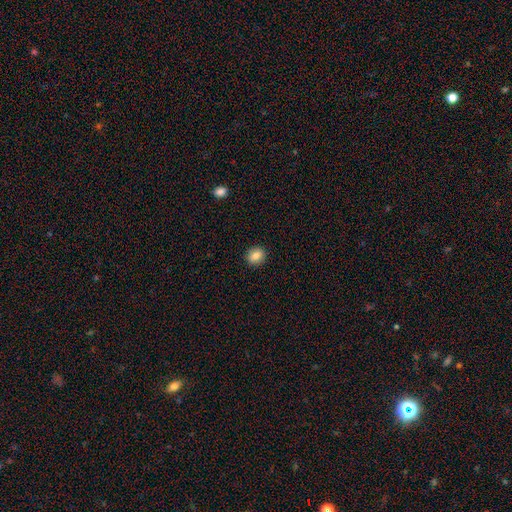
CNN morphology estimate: smooth_or_featured: smooth (p=0.83) [alt: star or artifact p=0.09]
how_rounded: round (p=0.73) [alt: in between p=0.26]
merging: none (p=0.91) [alt: minor disturbance p=0.06]